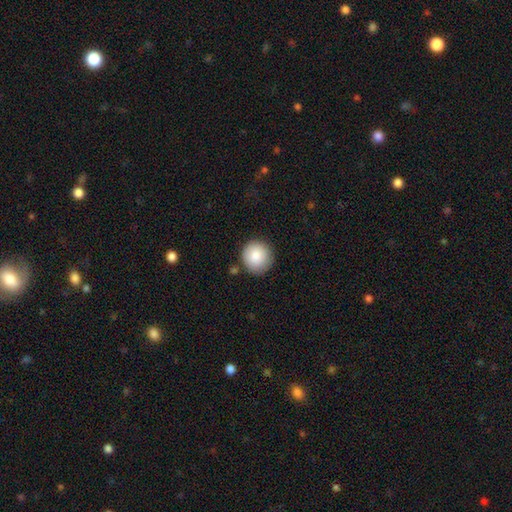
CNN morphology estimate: smooth-or-featured: smooth: 86% | star or artifact: 7% | featured or disk: 7%
  how-rounded: round: 94% | in between: 5% | cigar-shaped: 1%
  merging: none: 84% | minor disturbance: 10% | merger: 3% | major disturbance: 3%